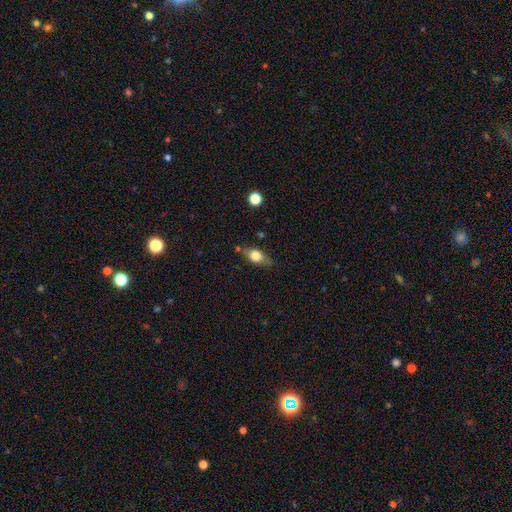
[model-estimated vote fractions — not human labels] smooth 76%, featured or disk 15%, star or artifact 9%. Down the decision tree: how rounded — in between (70%); merging — none (62%).